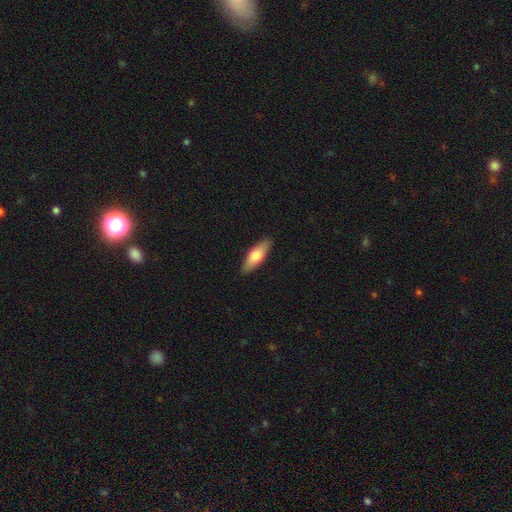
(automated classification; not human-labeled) Smooth or featured: smooth — 68% (featured or disk — 26%)
How rounded: in between — 56% (cigar-shaped — 41%)
Merging: none — 89% (minor disturbance — 8%)